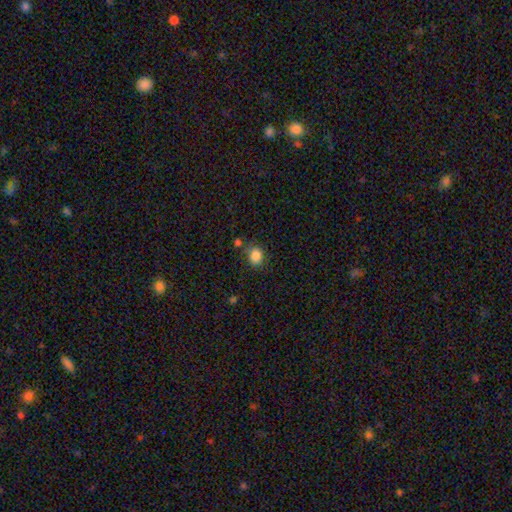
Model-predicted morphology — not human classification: The model was most divided on "how rounded": round: 59%, in between: 40%, cigar-shaped: 1%. More confident: smooth or featured — smooth (85%); merging — none (75%).